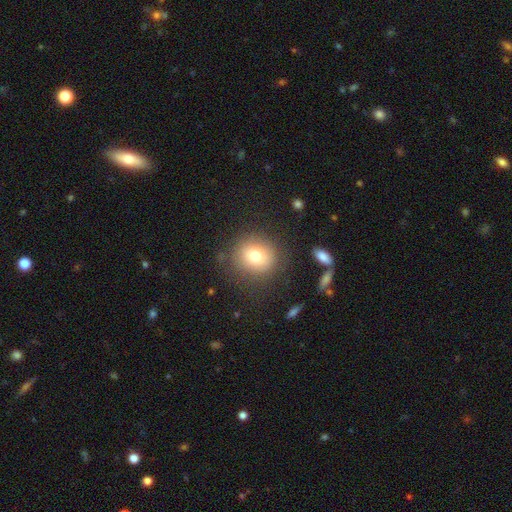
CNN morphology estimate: smooth-or-featured: smooth: 76% | featured or disk: 13% | star or artifact: 11%
  how-rounded: round: 81% | in between: 18% | cigar-shaped: 1%
  merging: none: 81% | minor disturbance: 11% | major disturbance: 5% | merger: 2%